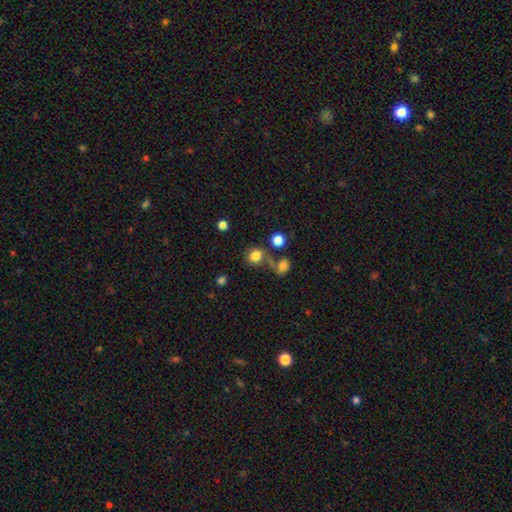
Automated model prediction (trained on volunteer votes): Smooth or featured? smooth (82%)
How rounded? round (78%)
Merging? none (60%)